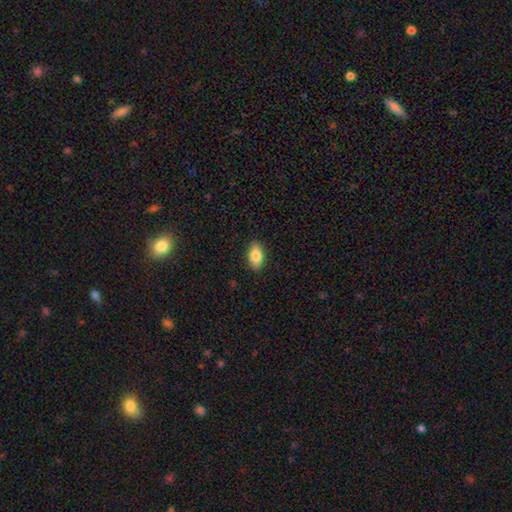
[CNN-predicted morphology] smooth-or-featured: smooth: 83% | featured or disk: 10% | star or artifact: 7%
  how-rounded: in between: 90% | round: 6% | cigar-shaped: 4%
  merging: none: 89% | minor disturbance: 8% | major disturbance: 2% | merger: 1%